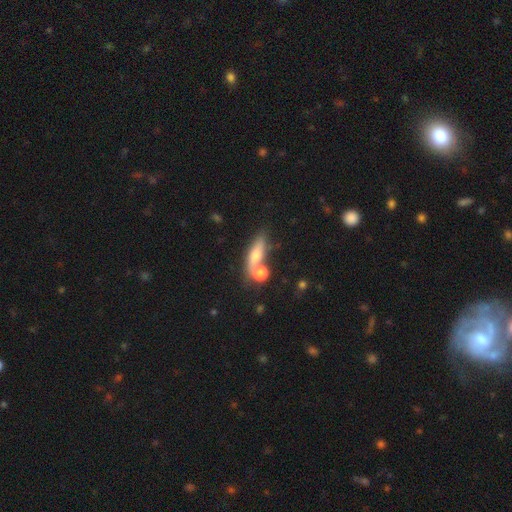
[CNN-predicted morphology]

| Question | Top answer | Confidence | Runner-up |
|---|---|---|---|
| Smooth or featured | smooth | 60% | featured or disk (29%) |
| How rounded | in between | 49% | cigar-shaped (40%) |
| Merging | none | 50% | merger (29%) |